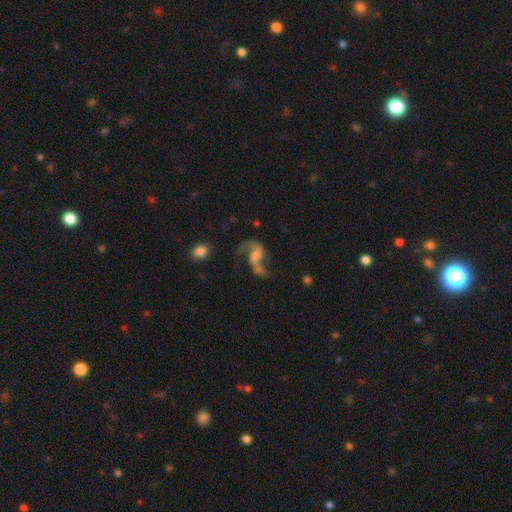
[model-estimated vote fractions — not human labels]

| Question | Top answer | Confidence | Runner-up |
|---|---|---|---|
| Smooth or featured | featured or disk | 85% | smooth (8%) |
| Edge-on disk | no | 97% | yes (3%) |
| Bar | no | 42% | weak (41%) |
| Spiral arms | yes | 95% | no (5%) |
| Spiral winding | loose | 74% | medium (22%) |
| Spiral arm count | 2 | 89% | 1 (6%) |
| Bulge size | moderate | 30% | none (26%) |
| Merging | none | 52% | major disturbance (21%) |